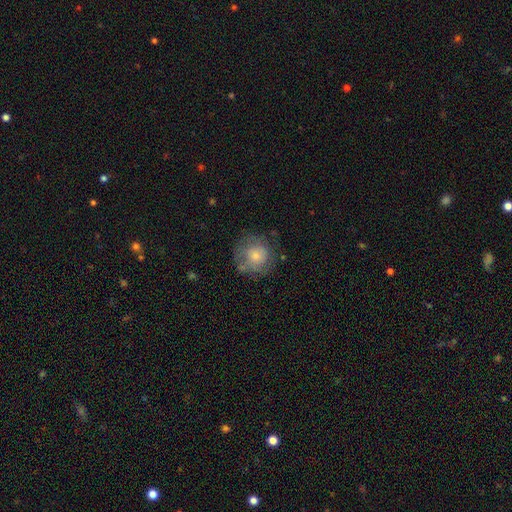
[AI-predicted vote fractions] Smooth or featured? Predicted: smooth (p=0.64). How rounded? Predicted: round (p=0.89). Merging? Predicted: none (p=0.64).